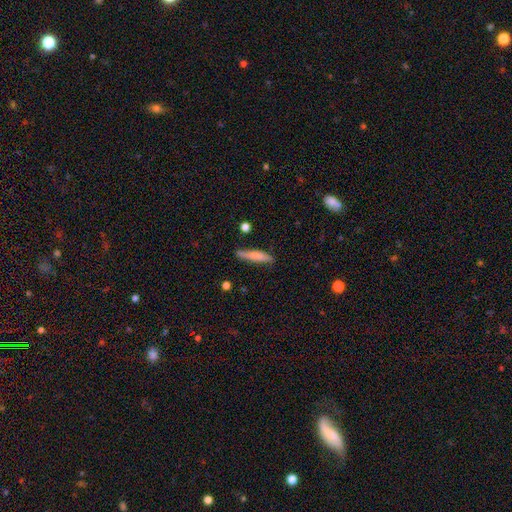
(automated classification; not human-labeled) smooth-or-featured: smooth: 72% | featured or disk: 22% | star or artifact: 6%
  how-rounded: cigar-shaped: 85% | in between: 13% | round: 2%
  merging: none: 75% | minor disturbance: 18% | major disturbance: 4% | merger: 3%